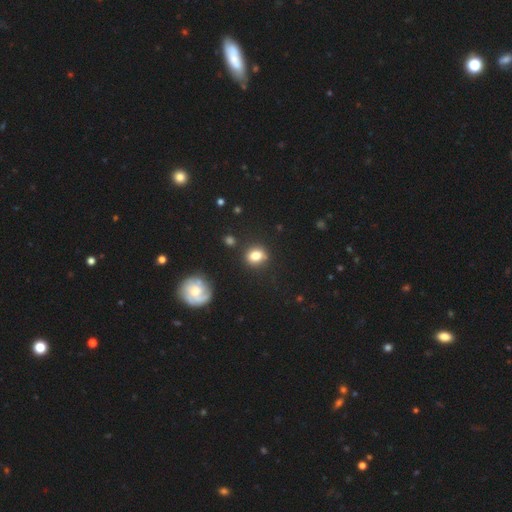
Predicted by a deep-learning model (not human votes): Smooth or featured? smooth (78%)
How rounded? round (55%)
Merging? none (80%)